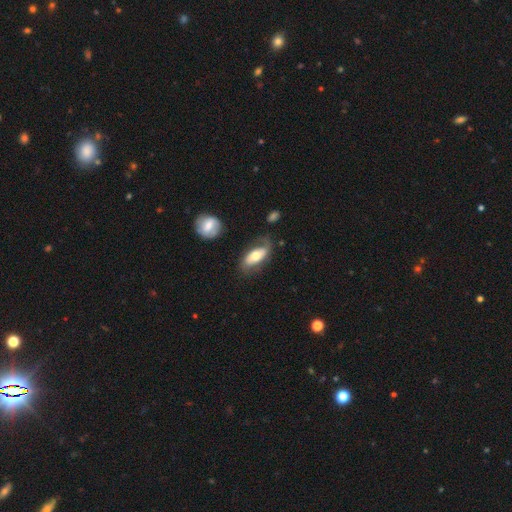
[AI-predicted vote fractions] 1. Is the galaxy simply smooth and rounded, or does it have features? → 47% smooth (tied), 47% featured or disk (tied), 6% star or artifact.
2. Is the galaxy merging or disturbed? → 57% none, 26% minor disturbance, 14% major disturbance, 4% merger.